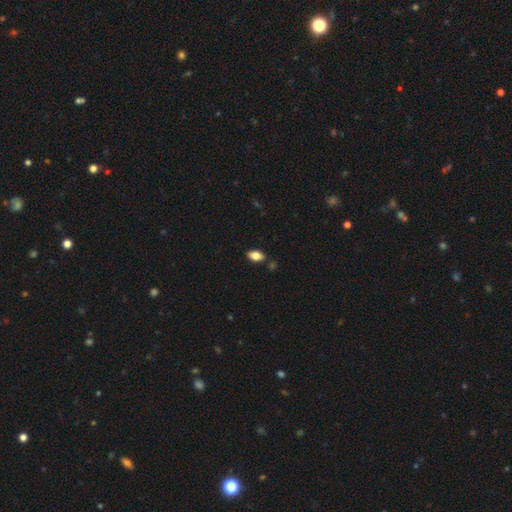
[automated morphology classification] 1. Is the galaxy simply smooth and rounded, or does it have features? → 82% smooth, 9% featured or disk, 8% star or artifact.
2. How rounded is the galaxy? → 91% in between, 5% round, 3% cigar-shaped.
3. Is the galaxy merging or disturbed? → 83% none, 11% minor disturbance, 4% merger, 2% major disturbance.